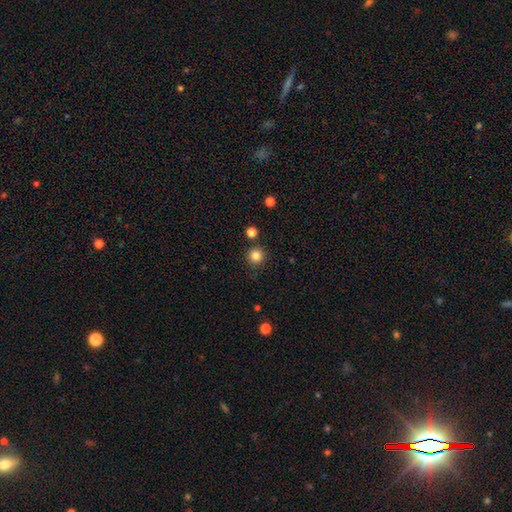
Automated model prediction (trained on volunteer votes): Smooth or featured?
  - smooth: 83% *
  - star or artifact: 12%
  - featured or disk: 5%
How rounded?
  - round: 95% *
  - in between: 4%
  - cigar-shaped: 1%
Merging?
  - none: 88% *
  - minor disturbance: 6%
  - merger: 4%
  - major disturbance: 2%